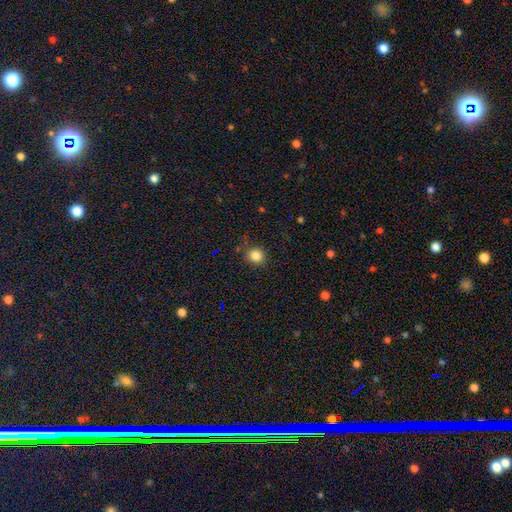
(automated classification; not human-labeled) Smooth or featured? Predicted: smooth (p=0.83). How rounded? Predicted: round (p=0.88). Merging? Predicted: none (p=0.79).